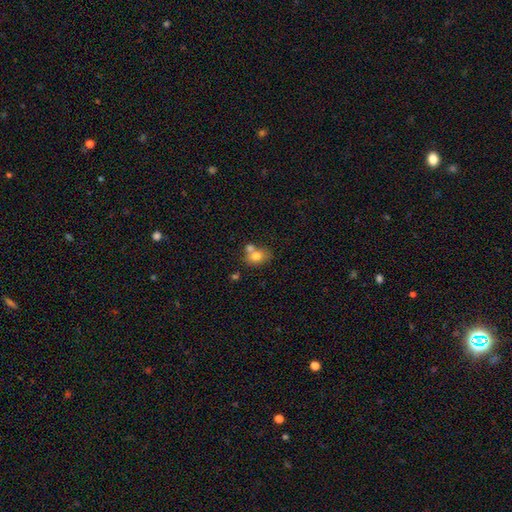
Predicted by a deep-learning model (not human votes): Smooth or featured? Predicted: smooth (p=0.76). How rounded? Predicted: in between (p=0.53). Merging? Predicted: none (p=0.42).